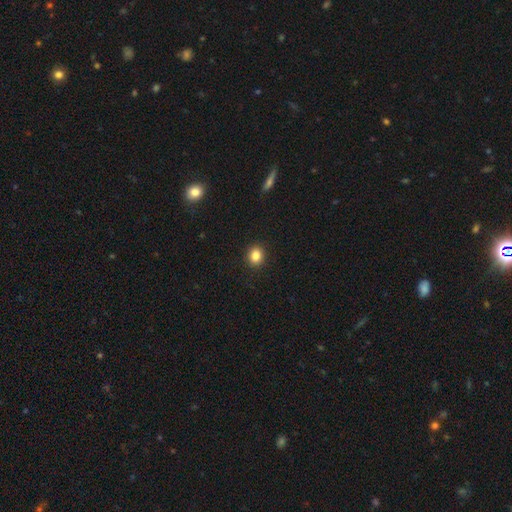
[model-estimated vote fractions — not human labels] Smooth or featured? Predicted: smooth (p=0.85). How rounded? Predicted: round (p=0.66). Merging? Predicted: none (p=0.91).